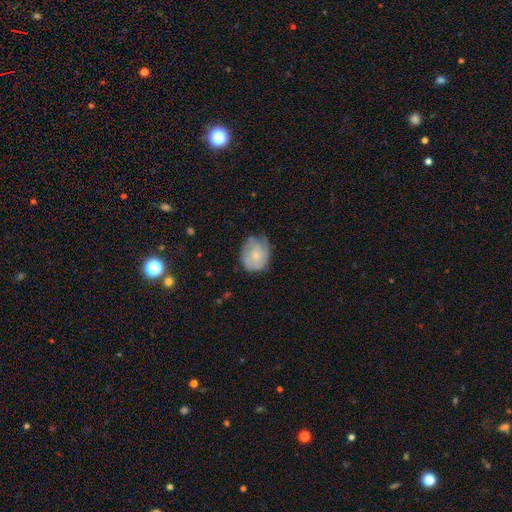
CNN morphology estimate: Overall: smooth (55%; featured or disk 38%). How rounded: round (60%; in between 39%). Merging: none (61%; minor disturbance 29%).